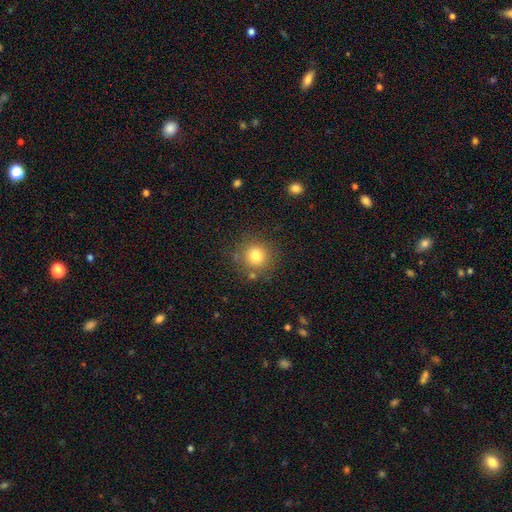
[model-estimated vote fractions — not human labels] smooth_or_featured: smooth (p=0.78) [alt: star or artifact p=0.13]
how_rounded: round (p=0.93) [alt: in between p=0.06]
merging: none (p=0.83) [alt: minor disturbance p=0.09]